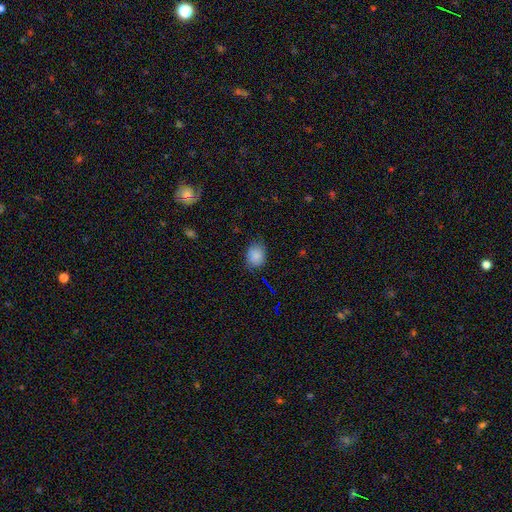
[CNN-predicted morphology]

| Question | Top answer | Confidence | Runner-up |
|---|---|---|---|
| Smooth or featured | smooth | 84% | star or artifact (10%) |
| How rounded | in between | 51% | round (48%) |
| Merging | none | 74% | minor disturbance (21%) |